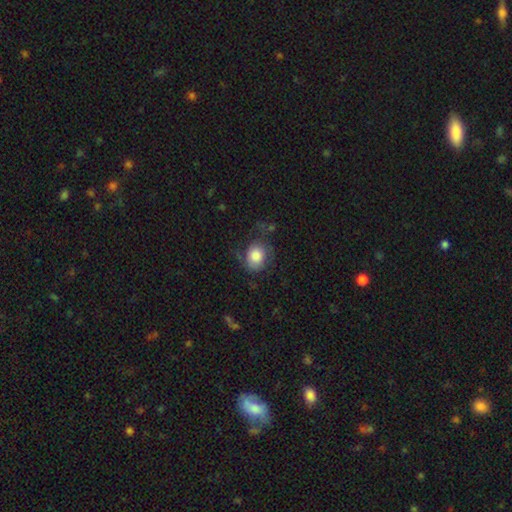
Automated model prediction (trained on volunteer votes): The model was most divided on "merging": none: 54%, minor disturbance: 26%, major disturbance: 18%, merger: 2%. More confident: smooth or featured — smooth (74%); how rounded — round (67%).